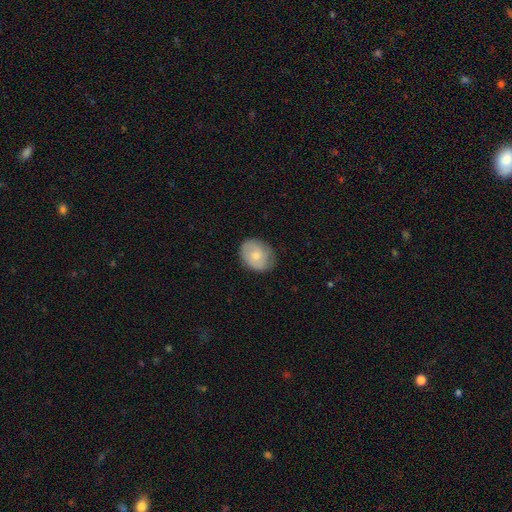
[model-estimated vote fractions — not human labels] smooth_or_featured: smooth (p=0.67) [alt: featured or disk p=0.27]
how_rounded: in between (p=0.54) [alt: round p=0.45]
merging: none (p=0.74) [alt: minor disturbance p=0.20]